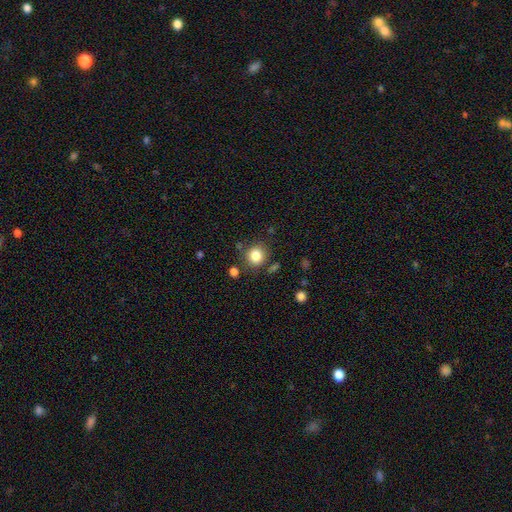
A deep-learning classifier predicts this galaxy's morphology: Smooth or featured: smooth — 83% (star or artifact — 11%)
How rounded: round — 82% (in between — 17%)
Merging: none — 80% (minor disturbance — 11%)